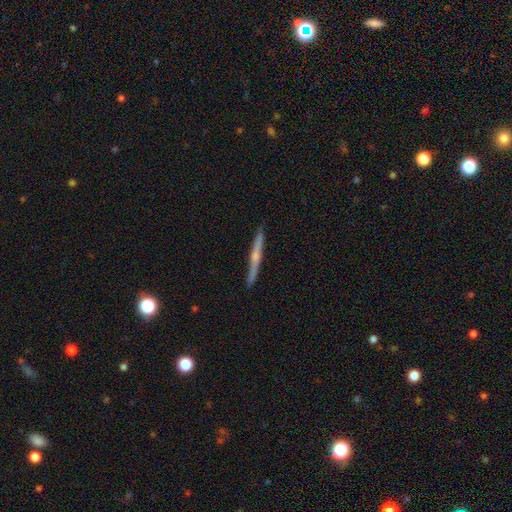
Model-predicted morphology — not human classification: This is likely a featured or disk galaxy (66%). It is clearly viewed edge-on (97%). Edge-on bulge: likely rounded (64%). Merging: clearly none (89%).